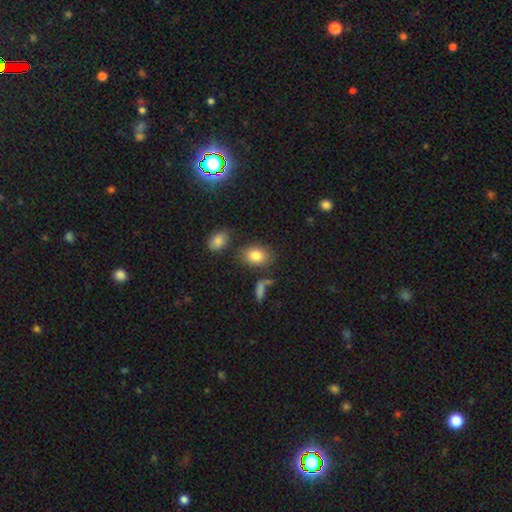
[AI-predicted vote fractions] The model was most divided on "how rounded": in between: 76%, round: 23%, cigar-shaped: 1%. More confident: smooth or featured — smooth (82%); merging — none (74%).